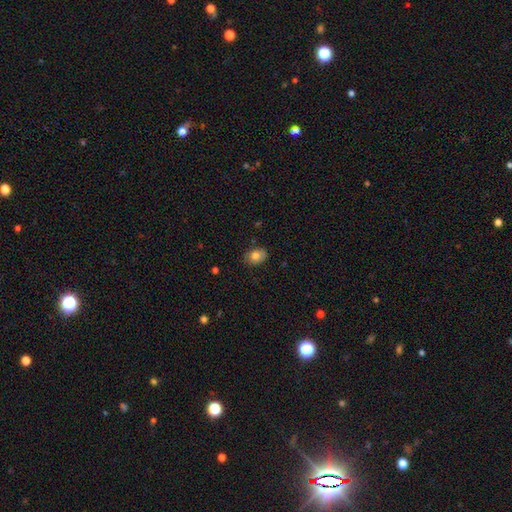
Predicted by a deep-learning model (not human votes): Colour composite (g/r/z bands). It shows a smooth galaxy with no disk features (78%) that is in between round and cigar-shaped (71%). Merging: none (81%).